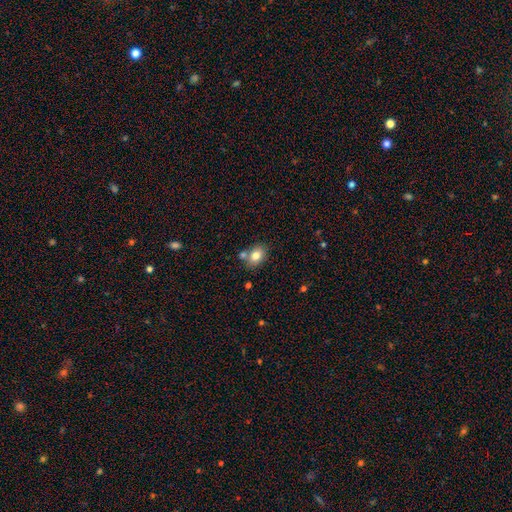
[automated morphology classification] This appears to be a smooth galaxy with no disk features (80%) that is in between round and cigar-shaped (60%). Merging: none (64%).